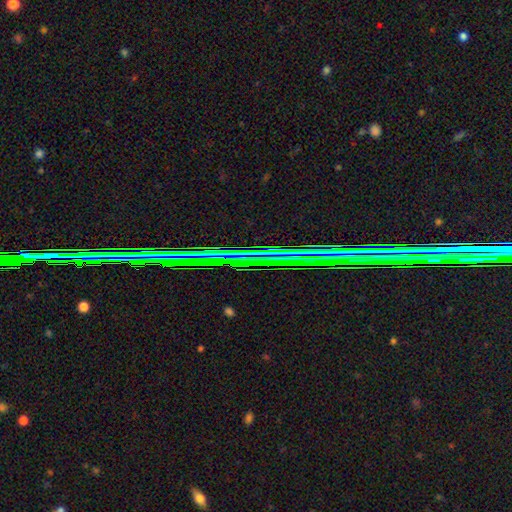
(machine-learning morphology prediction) Overall: star or artifact (81%).